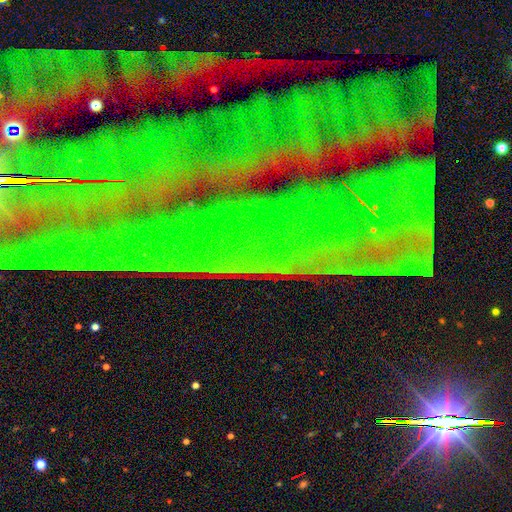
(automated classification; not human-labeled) A star or artifact, not a galaxy (86%).